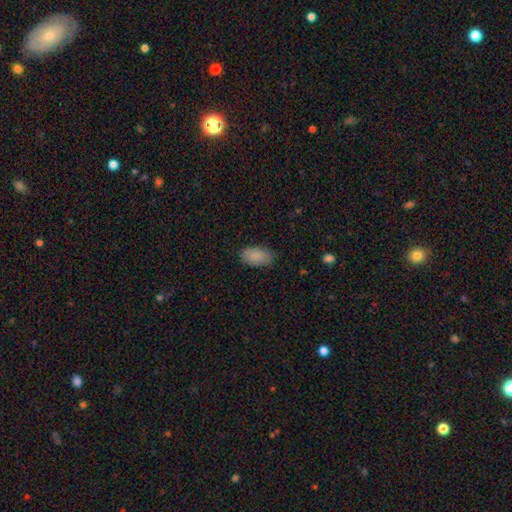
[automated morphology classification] This appears to be a smooth galaxy with no disk features (87%) that is in between round and cigar-shaped (94%). Merging: none (83%).